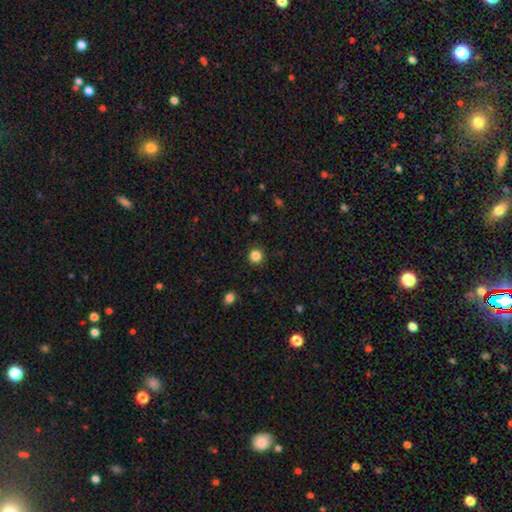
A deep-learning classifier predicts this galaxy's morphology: This is clearly a smooth galaxy (84%). How rounded: clearly round (93%). Merging: clearly none (91%).